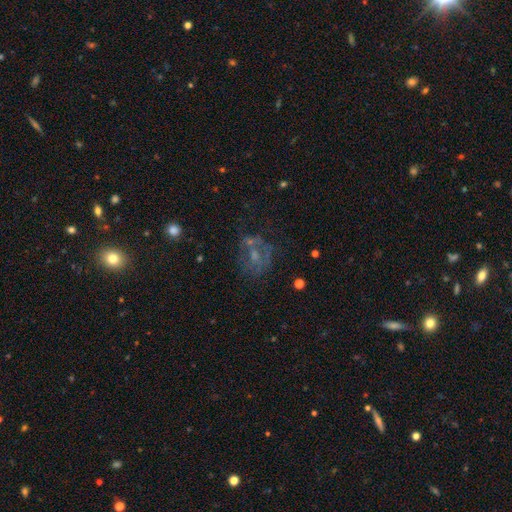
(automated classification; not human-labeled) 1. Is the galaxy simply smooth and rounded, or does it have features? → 53% featured or disk, 27% smooth, 20% star or artifact.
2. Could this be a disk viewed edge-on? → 97% no, 3% yes.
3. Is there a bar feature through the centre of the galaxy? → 73% no, 21% weak, 5% strong.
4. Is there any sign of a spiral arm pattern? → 66% no, 34% yes.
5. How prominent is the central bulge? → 39% small, 35% moderate, 21% none, 3% large, 2% dominant.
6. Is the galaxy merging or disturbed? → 47% none, 22% major disturbance, 19% minor disturbance, 12% merger.